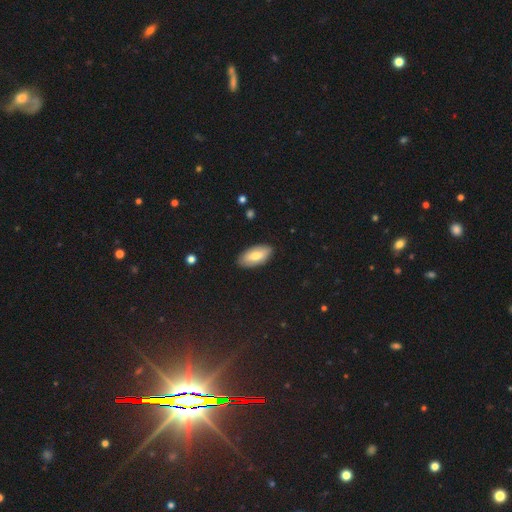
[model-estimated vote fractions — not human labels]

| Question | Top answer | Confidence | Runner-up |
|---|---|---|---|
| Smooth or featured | smooth | 71% | featured or disk (23%) |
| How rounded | in between | 91% | cigar-shaped (7%) |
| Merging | none | 86% | minor disturbance (11%) |